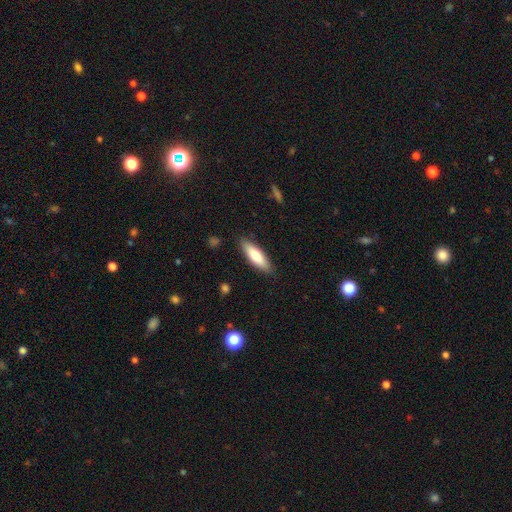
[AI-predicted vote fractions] A smooth galaxy with no disk features (74%) that is cigar-shaped (55%).

Vote fractions:
- Smooth or featured? smooth: 74% / featured or disk: 21% / star or artifact: 5%
- How rounded? cigar-shaped: 55% / in between: 44% / round: 2%
- Merging? none: 87% / minor disturbance: 10% / major disturbance: 2% / merger: 1%